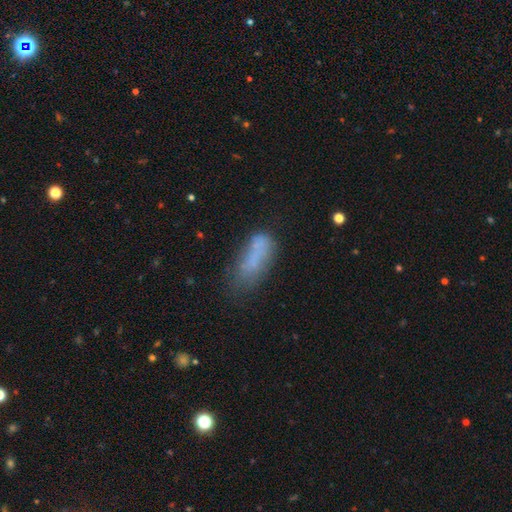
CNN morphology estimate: This appears to be a smooth galaxy with no disk features (66%) that is in between round and cigar-shaped (68%). Merging: none (38%).